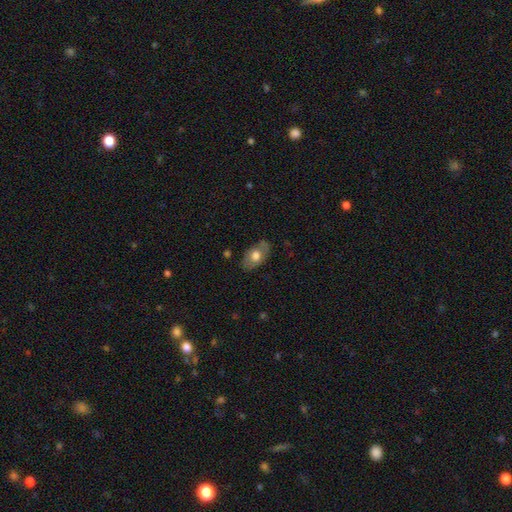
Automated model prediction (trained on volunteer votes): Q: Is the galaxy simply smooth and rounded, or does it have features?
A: smooth — 60%.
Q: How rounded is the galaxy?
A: in between — 90%.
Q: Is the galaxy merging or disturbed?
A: none — 76%.